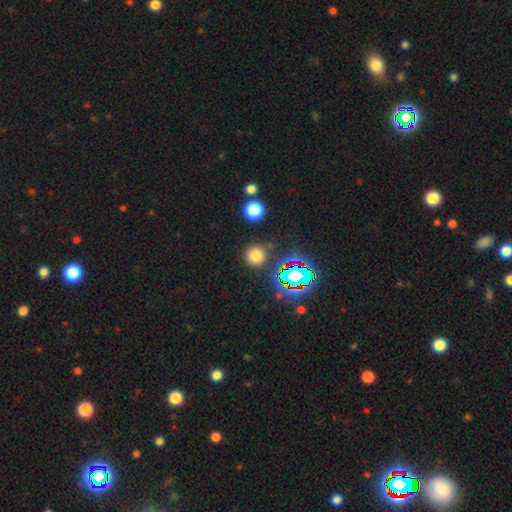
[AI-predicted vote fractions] Q: Smooth or featured?
A: smooth (71%); runner-up: star or artifact (22%)
Q: How rounded?
A: round (93%); runner-up: in between (6%)
Q: Merging?
A: none (84%); runner-up: minor disturbance (9%)